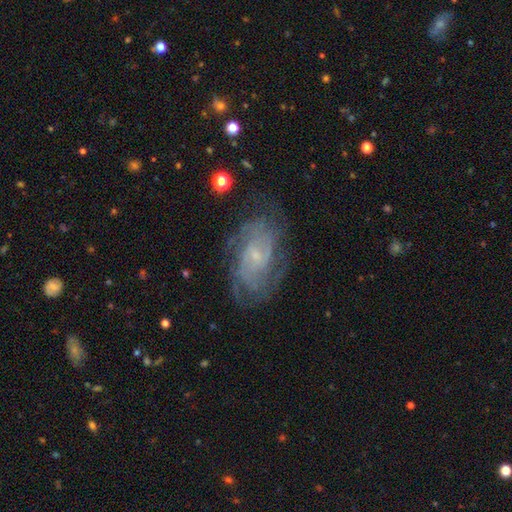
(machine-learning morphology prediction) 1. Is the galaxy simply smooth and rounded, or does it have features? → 79% featured or disk, 13% smooth, 8% star or artifact.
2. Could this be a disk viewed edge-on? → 96% no, 4% yes.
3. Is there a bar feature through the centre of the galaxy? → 60% no, 34% weak, 6% strong.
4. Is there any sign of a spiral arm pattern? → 92% yes, 8% no.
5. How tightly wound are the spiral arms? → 53% tight, 36% medium, 11% loose.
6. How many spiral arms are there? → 42% can't tell, 22% 2, 14% 3, 11% 4, 6% more than 4, 5% 1.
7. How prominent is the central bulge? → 76% small, 15% moderate, 7% none, 1% large, 1% dominant.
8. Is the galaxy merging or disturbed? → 71% none, 18% minor disturbance, 9% major disturbance, 1% merger.